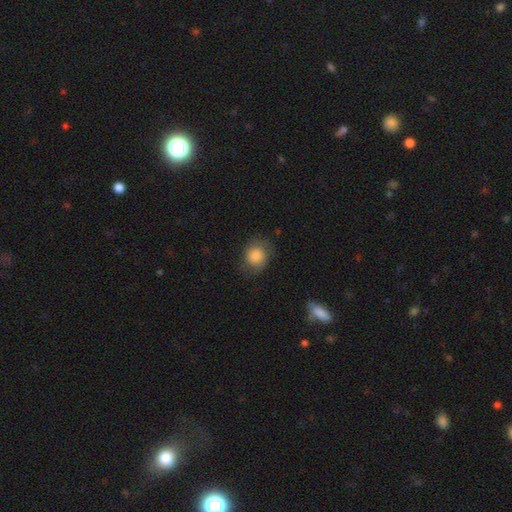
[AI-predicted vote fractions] Q: Smooth or featured?
A: smooth (80%); runner-up: featured or disk (12%)
Q: How rounded?
A: round (74%); runner-up: in between (25%)
Q: Merging?
A: none (69%); runner-up: minor disturbance (21%)